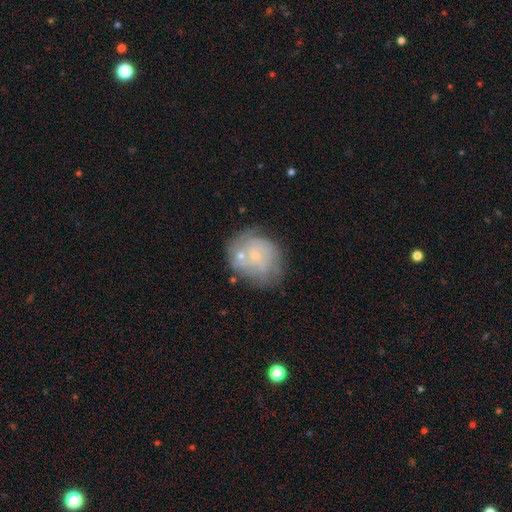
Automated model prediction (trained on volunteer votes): Smooth or featured: featured or disk — 64% (smooth — 27%)
Edge-on disk: no — 98% (yes — 2%)
Bar: no — 76% (weak — 20%)
Spiral arms: yes — 79% (no — 21%)
Bulge size: small — 79% (moderate — 12%)
Merging: none — 53% (minor disturbance — 22%)